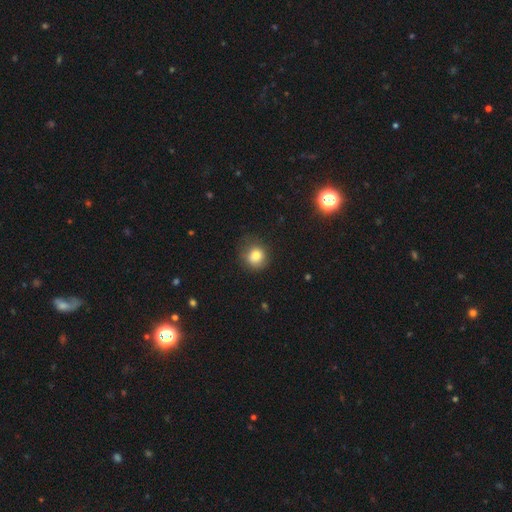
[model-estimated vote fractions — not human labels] This is clearly a smooth galaxy (80%). How rounded: clearly round (85%). Merging: likely none (72%).